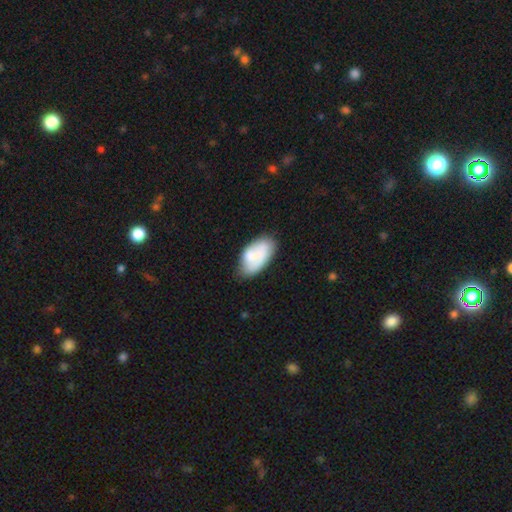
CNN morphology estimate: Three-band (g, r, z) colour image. It shows a smooth galaxy with no disk features (67%) that is in between round and cigar-shaped (95%). Merging: none (59%).